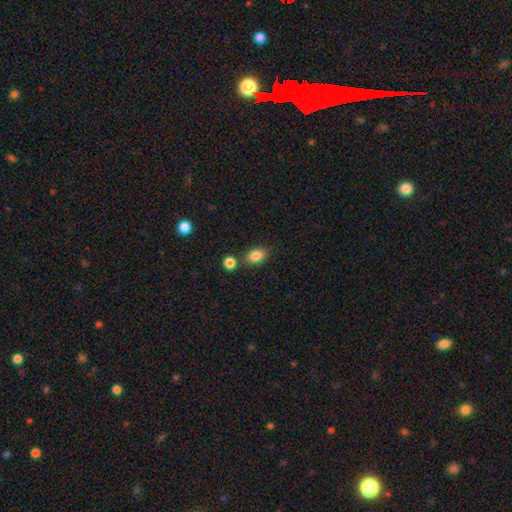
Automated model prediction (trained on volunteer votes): A smooth galaxy with no disk features (85%) that is in between round and cigar-shaped (77%). Merging: none (73%).